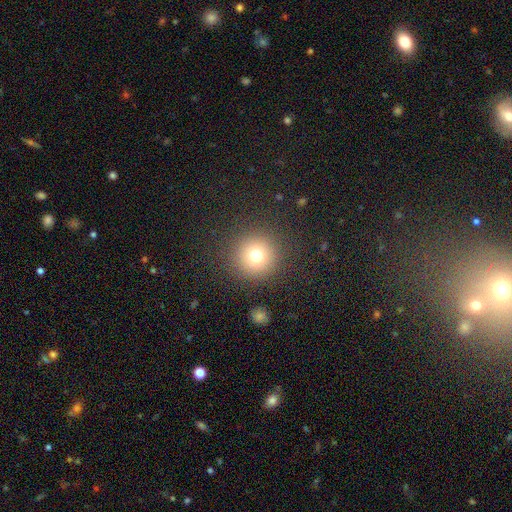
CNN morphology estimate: smooth 76%, star or artifact 15%, featured or disk 10%. Down the decision tree: how rounded — round (95%); merging — none (90%).